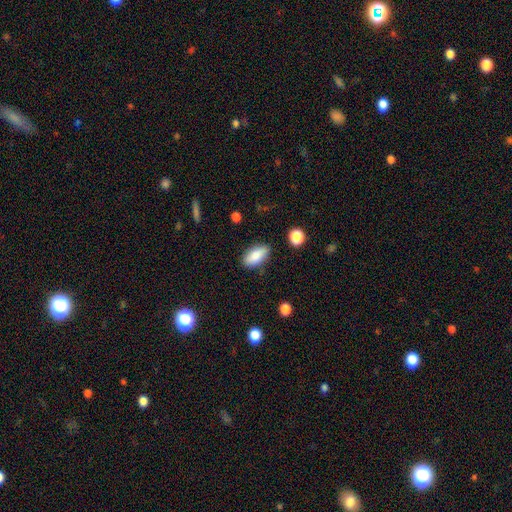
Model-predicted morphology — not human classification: A smooth galaxy with no disk features (82%) that is in between round and cigar-shaped (87%).

Vote fractions:
- Smooth or featured? smooth: 82% / featured or disk: 10% / star or artifact: 7%
- How rounded? in between: 87% / cigar-shaped: 10% / round: 3%
- Merging? none: 81% / minor disturbance: 13% / major disturbance: 3% / merger: 2%